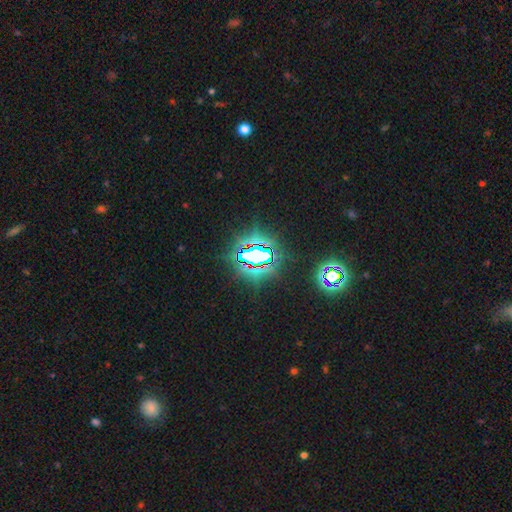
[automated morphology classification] Smooth or featured?
  - star or artifact: 73% *
  - smooth: 16%
  - featured or disk: 10%